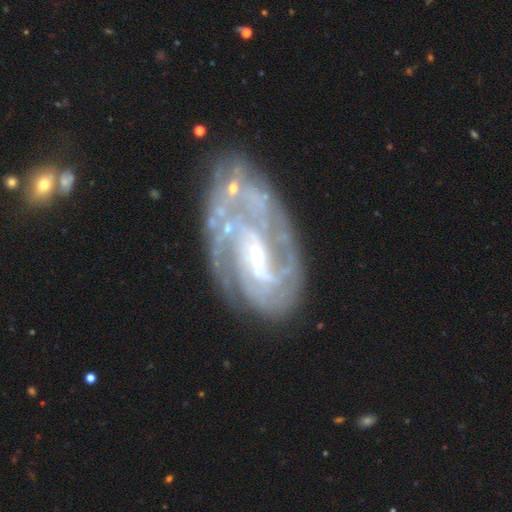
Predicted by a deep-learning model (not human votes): Smooth or featured? Predicted: featured or disk (p=0.88). Edge-on disk? Predicted: no (p=0.96). Bar? Predicted: weak (p=0.45). Spiral arms? Predicted: yes (p=0.93). Spiral winding? Predicted: tight (p=0.55). Spiral arm count? Predicted: 2 (p=0.32). Bulge size? Predicted: small (p=0.59). Merging? Predicted: none (p=0.64).